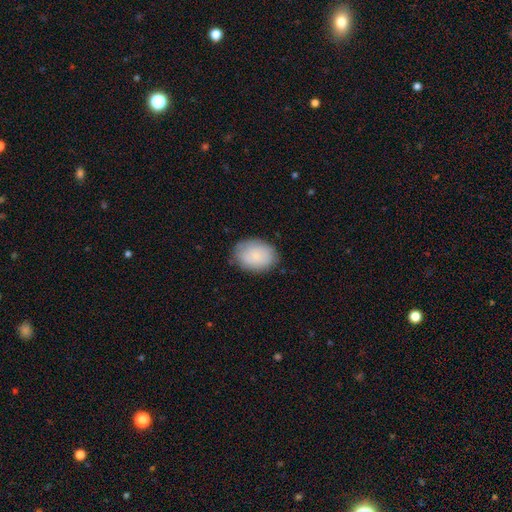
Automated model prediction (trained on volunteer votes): smooth_or_featured: smooth (p=0.83) [alt: featured or disk p=0.11]
how_rounded: in between (p=0.73) [alt: round p=0.26]
merging: none (p=0.81) [alt: minor disturbance p=0.15]